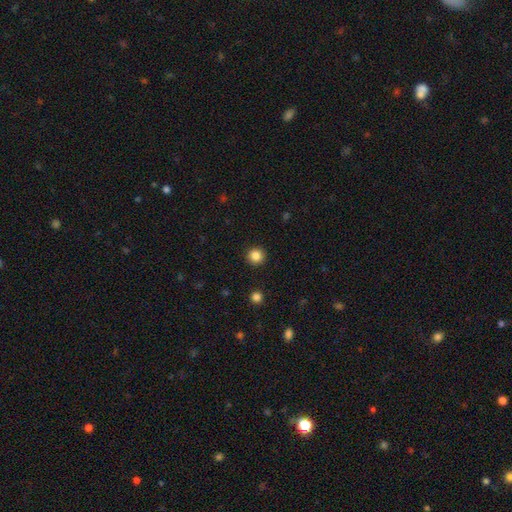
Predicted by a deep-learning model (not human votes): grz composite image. It shows a smooth galaxy with no disk features (84%) that is round (95%). Merging: none (93%).